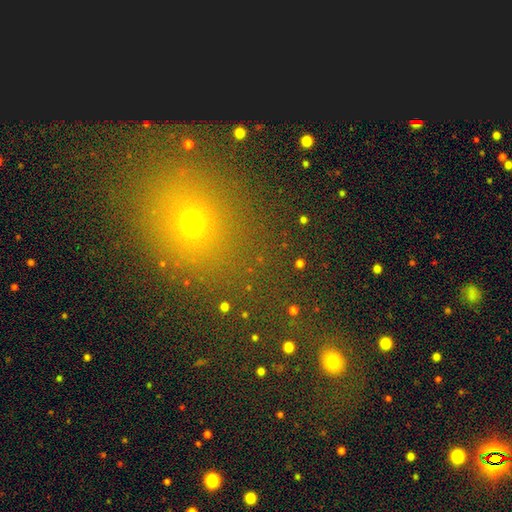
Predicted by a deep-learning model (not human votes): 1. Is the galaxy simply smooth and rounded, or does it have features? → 49% smooth, 40% star or artifact, 11% featured or disk.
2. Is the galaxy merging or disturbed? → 76% none, 11% minor disturbance, 8% major disturbance, 5% merger.